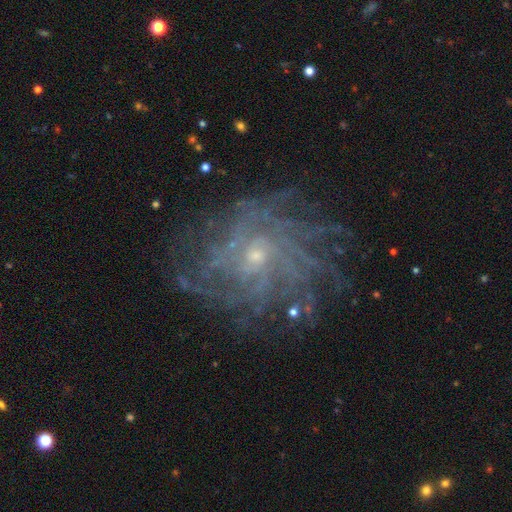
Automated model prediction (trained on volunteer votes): A featured or disk galaxy (80%) with no bar (67%), tight (62%) spiral arms (91%) and a small central bulge (77%).

Vote fractions:
- Smooth or featured? featured or disk: 80% / star or artifact: 12% / smooth: 8%
- Edge-on disk? no: 97% / yes: 3%
- Bar? no: 67% / weak: 27% / strong: 6%
- Spiral arms? yes: 91% / no: 9%
- Spiral winding? tight: 62% / medium: 27% / loose: 11%
- Spiral arm count? can't tell: 35% / more than 4: 29% / 4: 14% / 3: 8% / 2: 8% / 1: 7%
- Bulge size? small: 77% / moderate: 18% / none: 3% / large: 1% / dominant: 1%
- Merging? none: 76% / minor disturbance: 14% / major disturbance: 9% / merger: 2%